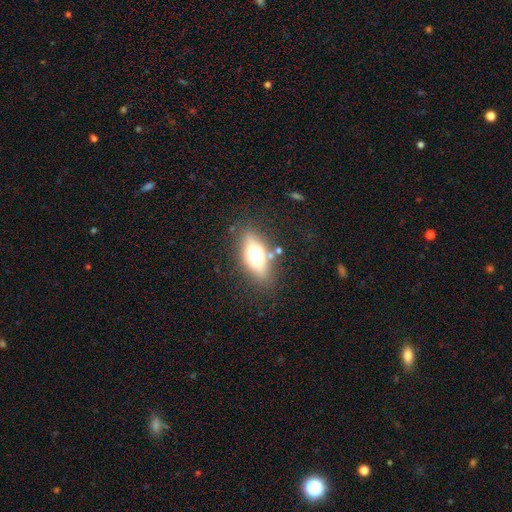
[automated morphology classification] A smooth galaxy with no disk features (59%) that is in between round and cigar-shaped (75%). Merging: none (79%).